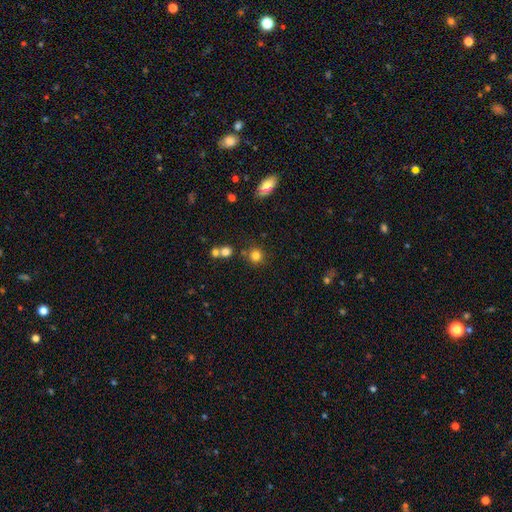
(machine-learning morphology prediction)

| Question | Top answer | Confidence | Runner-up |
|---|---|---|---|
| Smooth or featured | smooth | 80% | star or artifact (13%) |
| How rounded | round | 90% | in between (9%) |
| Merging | none | 77% | merger (10%) |